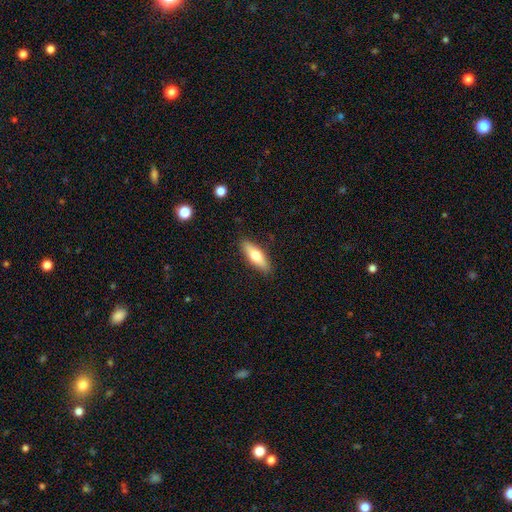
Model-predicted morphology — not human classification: smooth 65%, featured or disk 29%, star or artifact 6%. Down the decision tree: how rounded — cigar-shaped (51%); merging — none (88%).